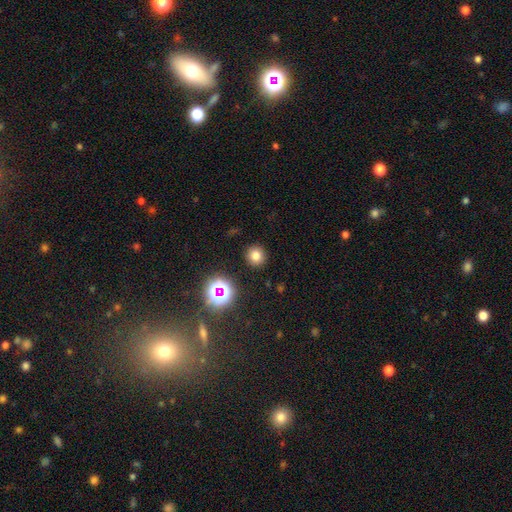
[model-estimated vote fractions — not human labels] The model was most divided on "smooth or featured": smooth: 75%, star or artifact: 18%, featured or disk: 7%. More confident: how rounded — round (92%); merging — none (91%).